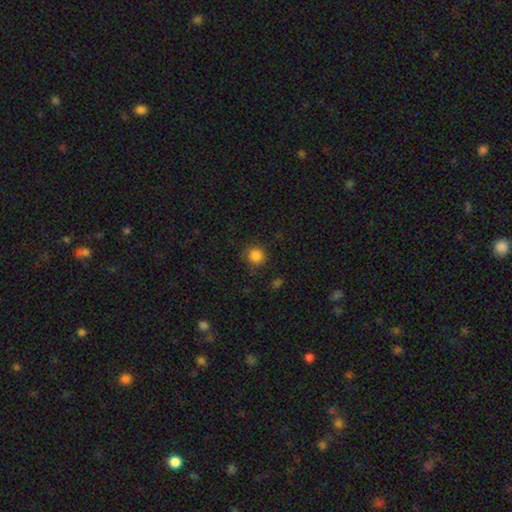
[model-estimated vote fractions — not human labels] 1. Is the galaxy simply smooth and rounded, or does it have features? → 85% smooth, 12% star or artifact, 4% featured or disk.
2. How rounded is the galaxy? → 93% round, 6% in between, 1% cigar-shaped.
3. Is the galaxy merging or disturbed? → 85% none, 10% minor disturbance, 3% major disturbance, 1% merger.